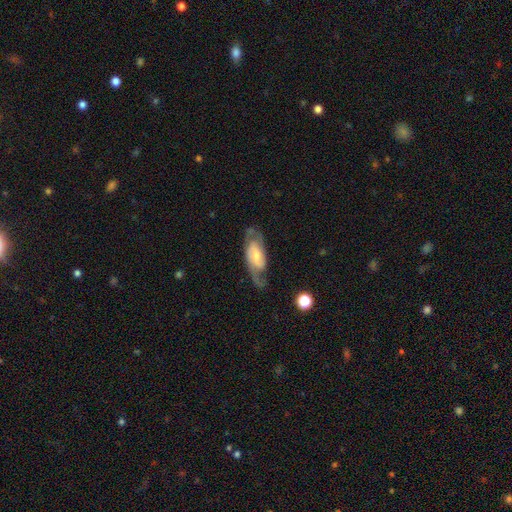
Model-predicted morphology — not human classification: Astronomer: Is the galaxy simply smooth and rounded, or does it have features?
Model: featured or disk — 76%.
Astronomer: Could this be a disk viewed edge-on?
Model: no — 91%.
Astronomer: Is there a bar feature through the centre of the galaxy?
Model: weak — 45% (runner-up: no, 40%).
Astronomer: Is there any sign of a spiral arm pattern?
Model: yes — 92%.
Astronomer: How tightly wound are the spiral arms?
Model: medium — 48% (runner-up: tight, 31%).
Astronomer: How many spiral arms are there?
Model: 2 — 80%.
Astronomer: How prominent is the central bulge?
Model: small — 46% (runner-up: moderate, 39%).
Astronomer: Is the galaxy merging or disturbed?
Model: none — 65%.